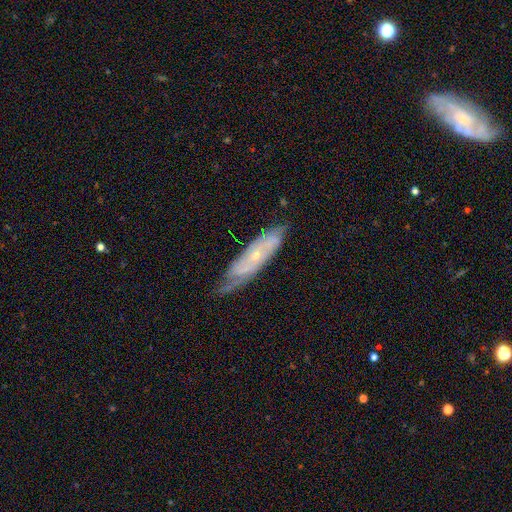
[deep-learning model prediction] Smooth or featured? featured or disk (75%)
Edge-on disk? no (76%)
Bar? no (71%)
Spiral arms? yes (89%)
Spiral winding? tight (54%)
Spiral arm count? can't tell (40%)
Bulge size? small (76%)
Merging? none (66%)